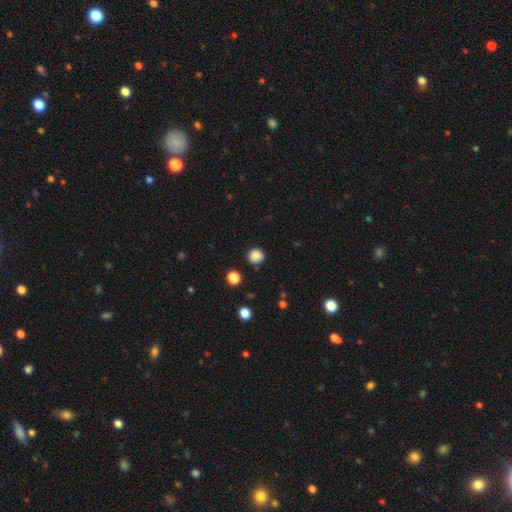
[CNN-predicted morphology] type=smooth (86%); roundness=round (90%); merging=none (86%).